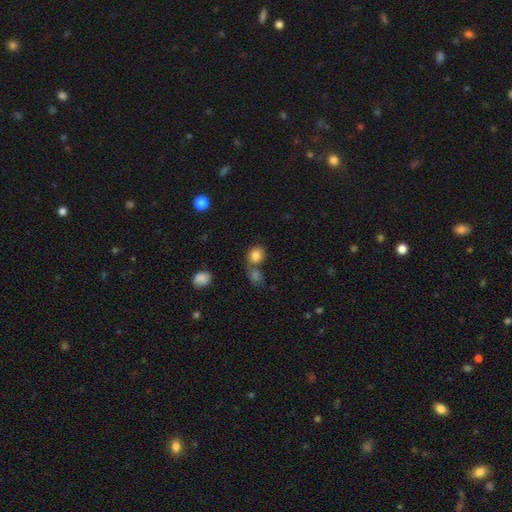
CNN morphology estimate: smooth 83%, star or artifact 11%, featured or disk 7%. Down the decision tree: how rounded — round (57%); merging — none (45%).